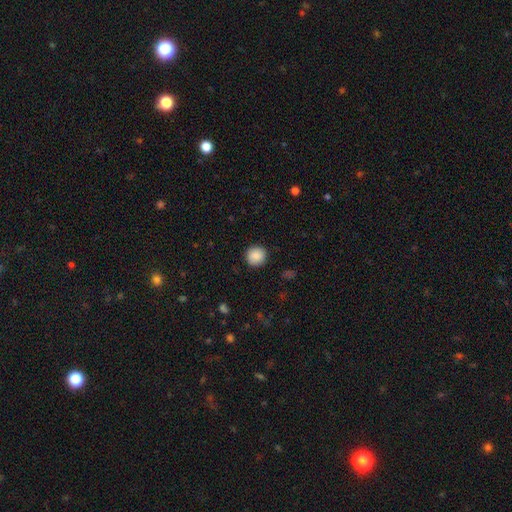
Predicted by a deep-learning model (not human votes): This appears to be a smooth galaxy with no disk features (88%) that is round (93%). Merging: none (90%).